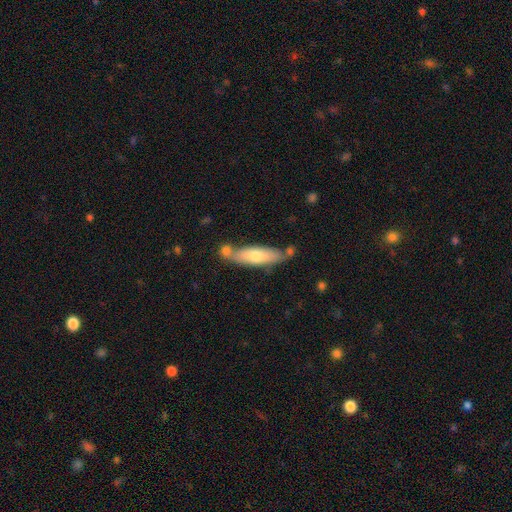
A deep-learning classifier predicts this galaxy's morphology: smooth-or-featured: smooth: 60% | featured or disk: 34% | star or artifact: 6%
  how-rounded: cigar-shaped: 65% | in between: 33% | round: 2%
  merging: none: 62% | merger: 18% | minor disturbance: 17% | major disturbance: 4%